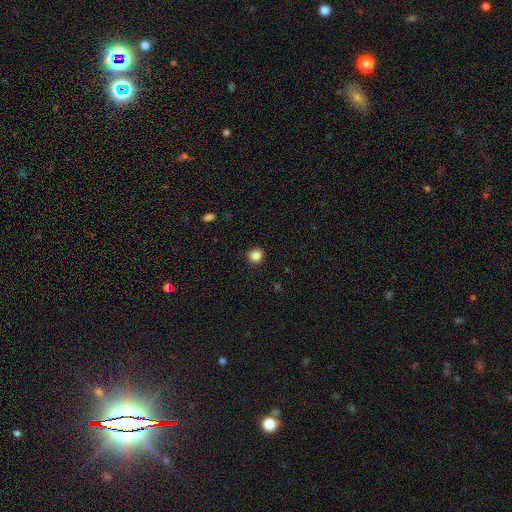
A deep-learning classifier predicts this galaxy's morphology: type=smooth (86%); roundness=round (90%); merging=none (91%).